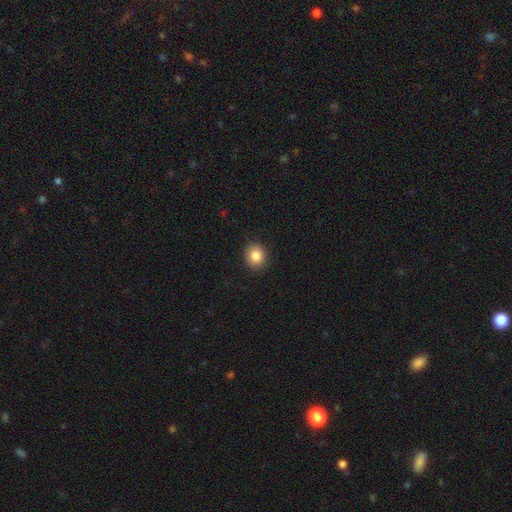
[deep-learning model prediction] smooth_or_featured: smooth (p=0.85) [alt: star or artifact p=0.09]
how_rounded: round (p=0.74) [alt: in between p=0.25]
merging: none (p=0.90) [alt: minor disturbance p=0.07]